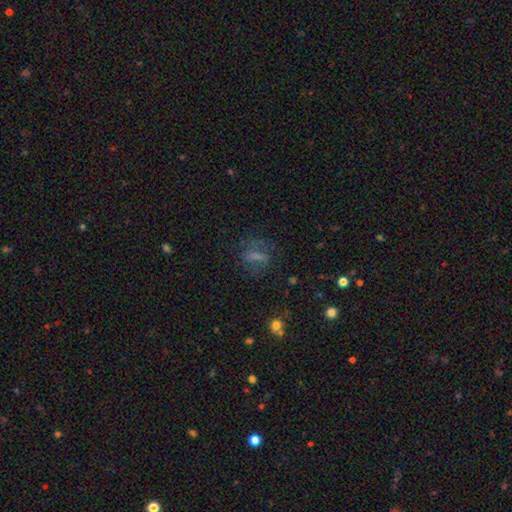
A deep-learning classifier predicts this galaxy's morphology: type=smooth (49%); merging=none (60%).